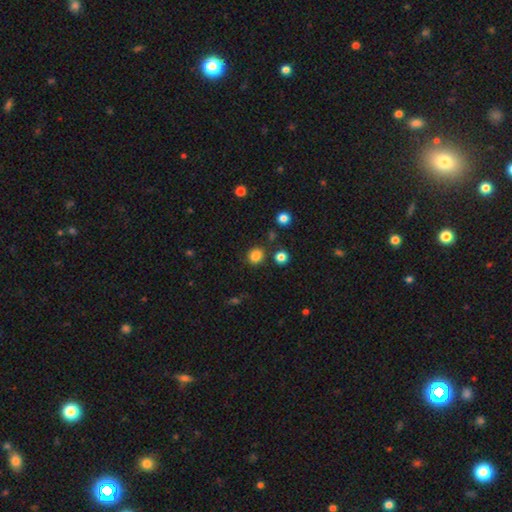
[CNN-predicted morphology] smooth-or-featured: smooth: 83% | star or artifact: 13% | featured or disk: 4%
  how-rounded: round: 78% | in between: 21% | cigar-shaped: 1%
  merging: none: 82% | minor disturbance: 9% | merger: 5% | major disturbance: 3%